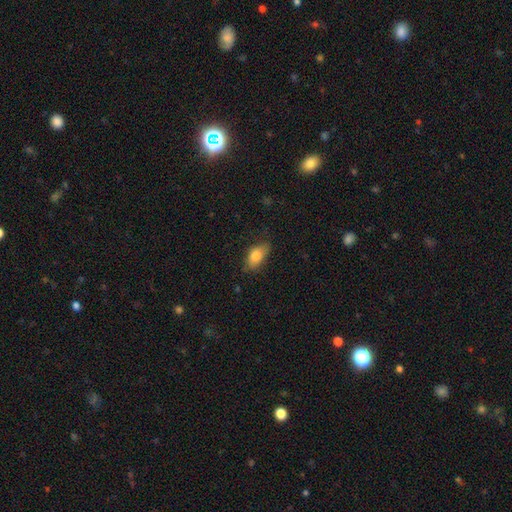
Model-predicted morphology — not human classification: smooth 80%, featured or disk 12%, star or artifact 8%. Down the decision tree: how rounded — in between (88%); merging — none (69%).